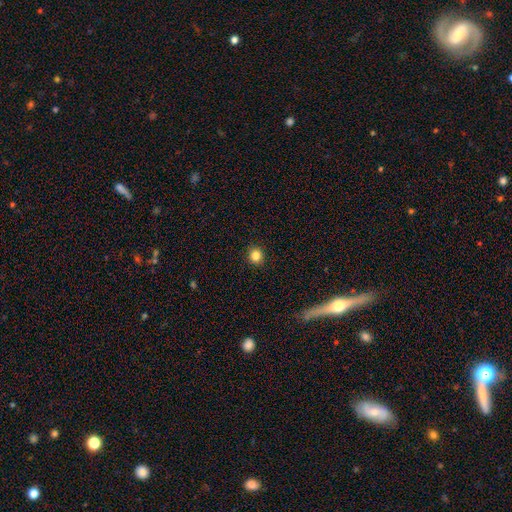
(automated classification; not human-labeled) Smooth or featured?
  - smooth: 83% *
  - star or artifact: 12%
  - featured or disk: 5%
How rounded?
  - round: 87% *
  - in between: 12%
  - cigar-shaped: 1%
Merging?
  - none: 92% *
  - minor disturbance: 5%
  - major disturbance: 2%
  - merger: 1%